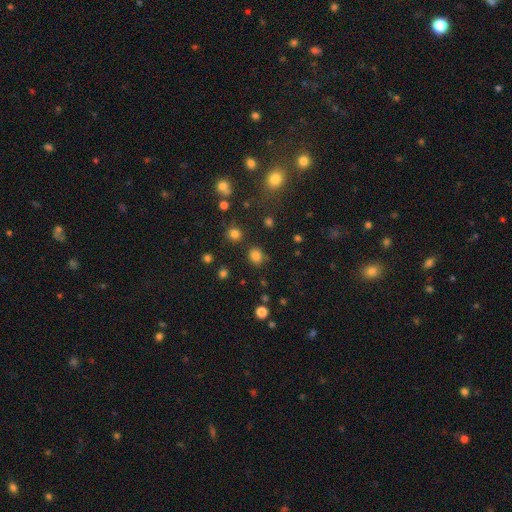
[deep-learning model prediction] smooth 79%, star or artifact 16%, featured or disk 4%. Down the decision tree: how rounded — round (72%); merging — none (83%).